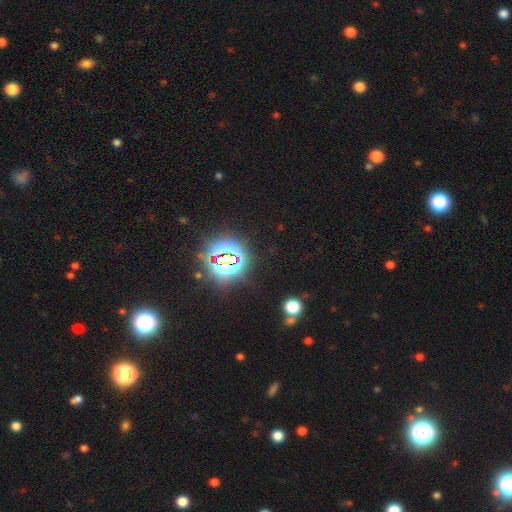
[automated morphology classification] Smooth or featured? Predicted: star or artifact (p=0.82).